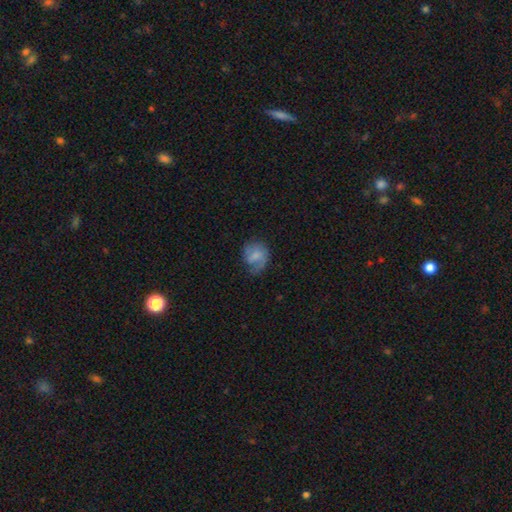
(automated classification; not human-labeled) This appears to be a smooth galaxy with no disk features (50%) that is round (61%). Merging: none (54%).